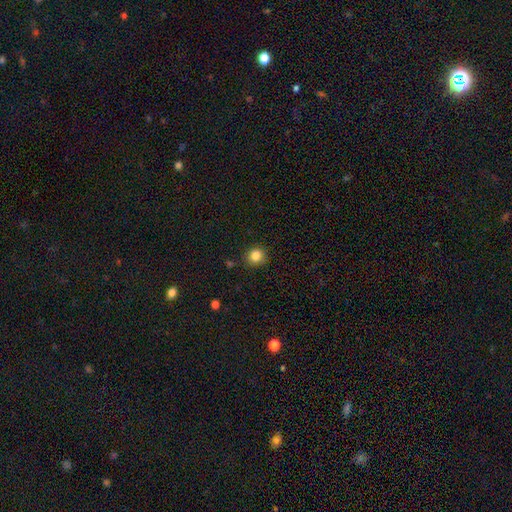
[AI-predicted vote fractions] Morphology: type=smooth (84%); roundness=round (86%); merging=none (86%).